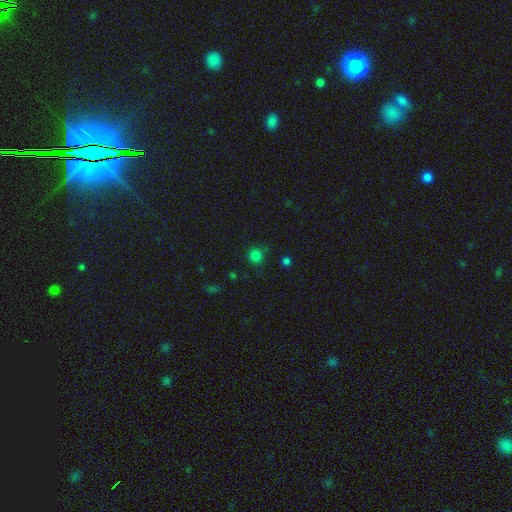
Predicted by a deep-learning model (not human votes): Overall: smooth (78%). How rounded: round (92%). Merging: none (82%).